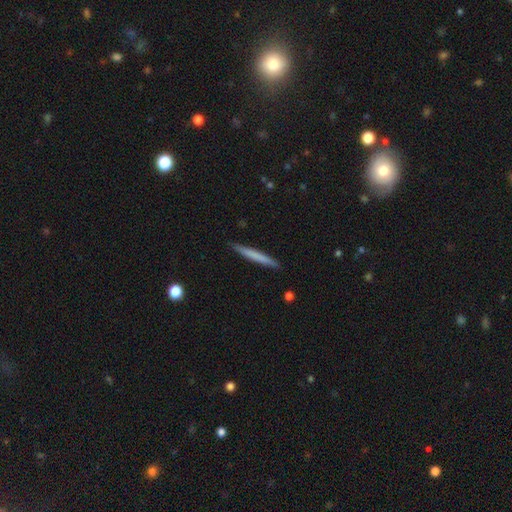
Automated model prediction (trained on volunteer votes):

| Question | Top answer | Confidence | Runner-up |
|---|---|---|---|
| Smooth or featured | smooth | 66% | featured or disk (28%) |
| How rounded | cigar-shaped | 97% | in between (2%) |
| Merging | none | 90% | minor disturbance (8%) |